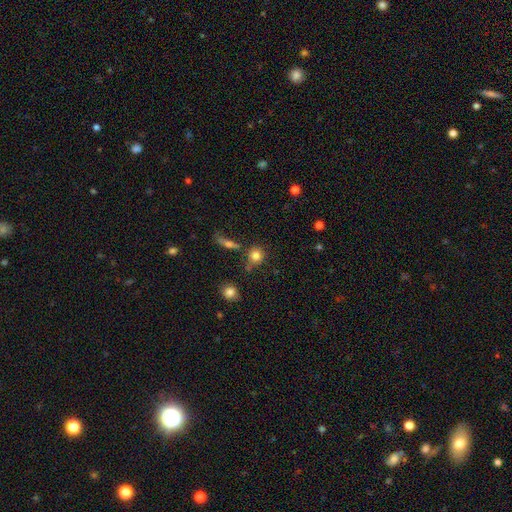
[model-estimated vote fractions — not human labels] smooth 81%, star or artifact 11%, featured or disk 8%. Down the decision tree: how rounded — round (88%); merging — none (73%).